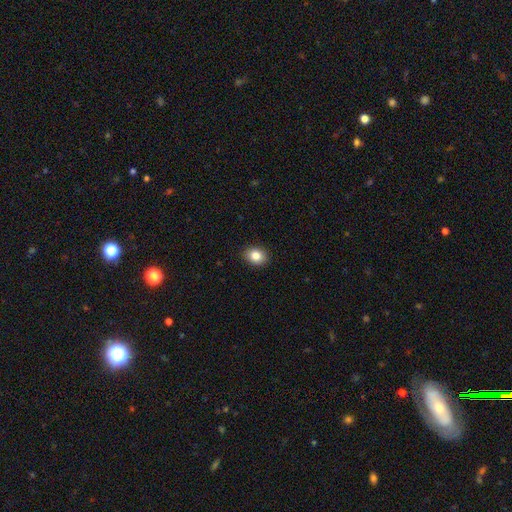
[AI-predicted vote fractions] Overall: smooth (85%). How rounded: in between (60%; round 39%). Merging: none (90%).